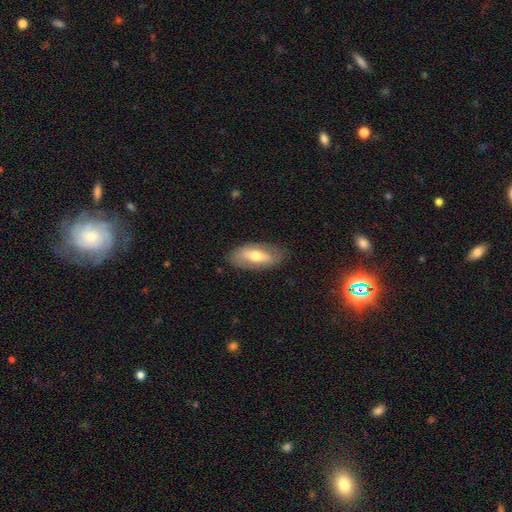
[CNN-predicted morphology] Overall: smooth (53%; featured or disk 41%). How rounded: in between (85%). Merging: none (80%).